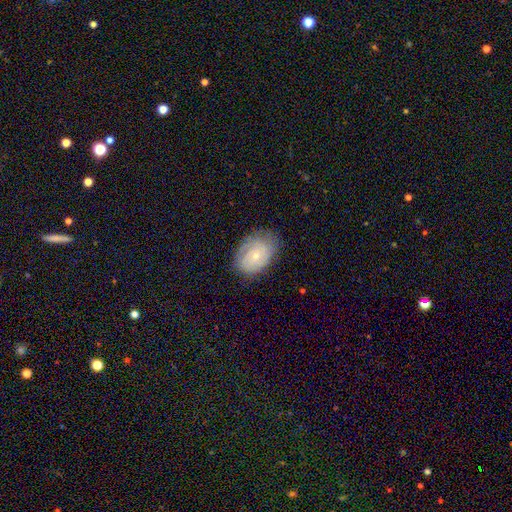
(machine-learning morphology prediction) Smooth or featured: smooth — 49% (featured or disk — 44%)
Merging: none — 69% (minor disturbance — 22%)